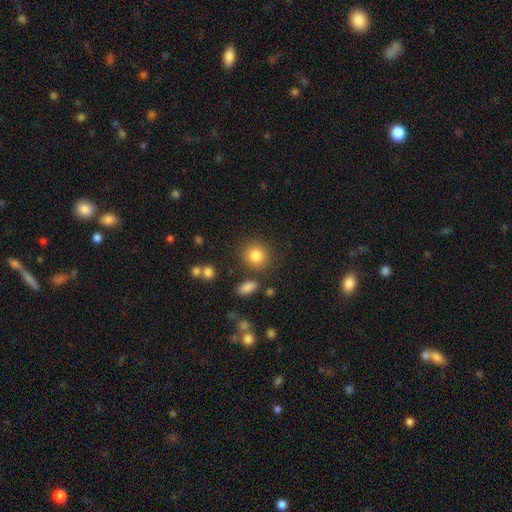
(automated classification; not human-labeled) This is clearly a smooth galaxy (83%). How rounded: clearly round (86%). Merging: clearly none (83%).